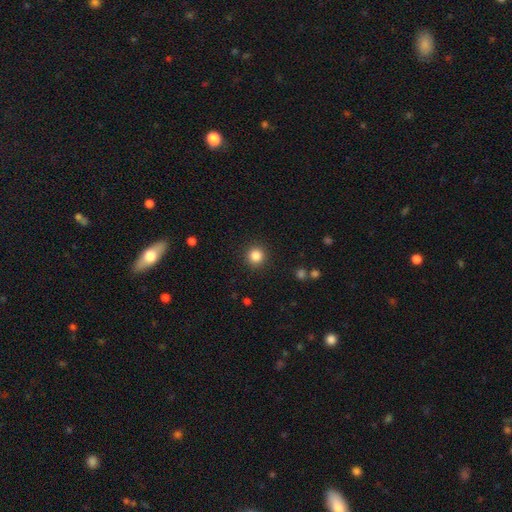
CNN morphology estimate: Smooth or featured? smooth (85%)
How rounded? round (94%)
Merging? none (91%)